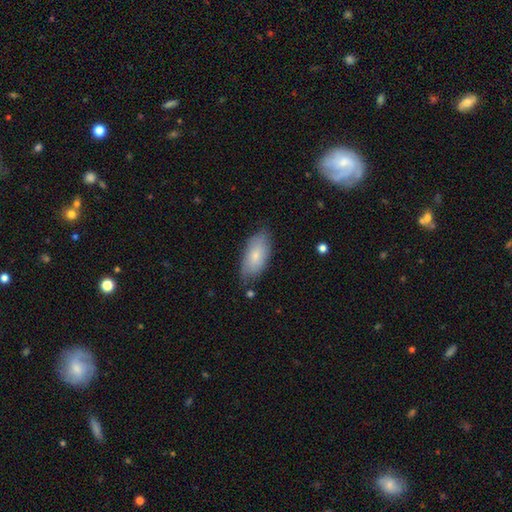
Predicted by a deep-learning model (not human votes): Morphology: type=smooth (75%); roundness=in between (91%); merging=none (71%).